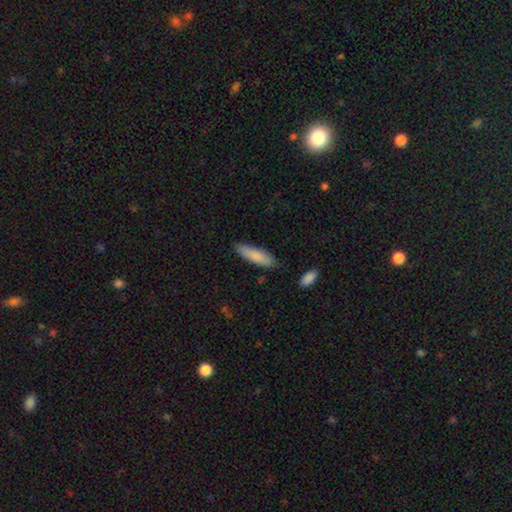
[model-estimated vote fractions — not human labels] A smooth galaxy with no disk features (84%) that is cigar-shaped (64%).

Vote fractions:
- Smooth or featured? smooth: 84% / featured or disk: 10% / star or artifact: 6%
- How rounded? cigar-shaped: 64% / in between: 34% / round: 1%
- Merging? none: 81% / minor disturbance: 14% / major disturbance: 2% / merger: 2%